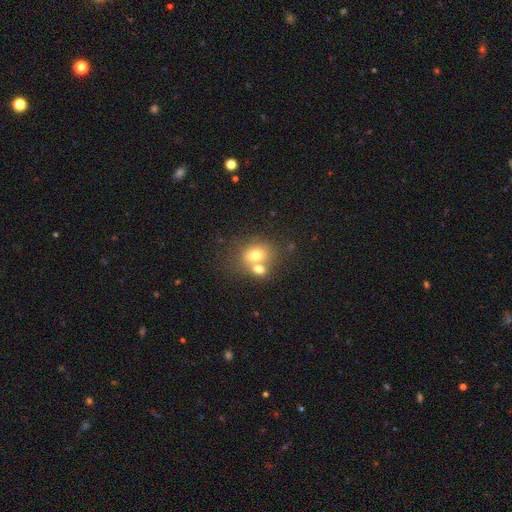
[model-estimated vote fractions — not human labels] smooth_or_featured: smooth (p=0.69) [alt: featured or disk p=0.20]
how_rounded: in between (p=0.55) [alt: round p=0.44]
merging: merger (p=0.49) [alt: none p=0.37]